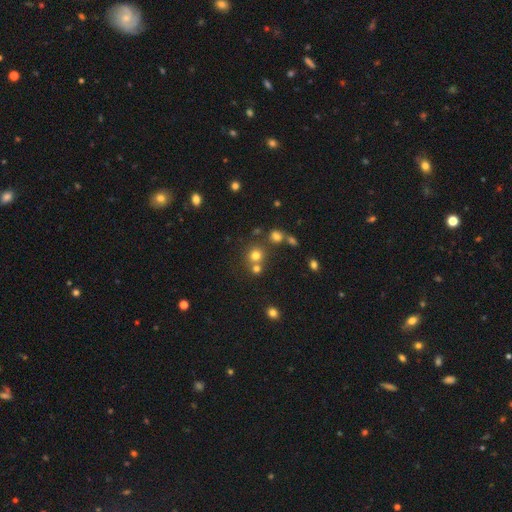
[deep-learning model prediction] Smooth or featured: smooth — 71% (star or artifact — 19%)
How rounded: round — 88% (in between — 11%)
Merging: none — 62% (merger — 26%)